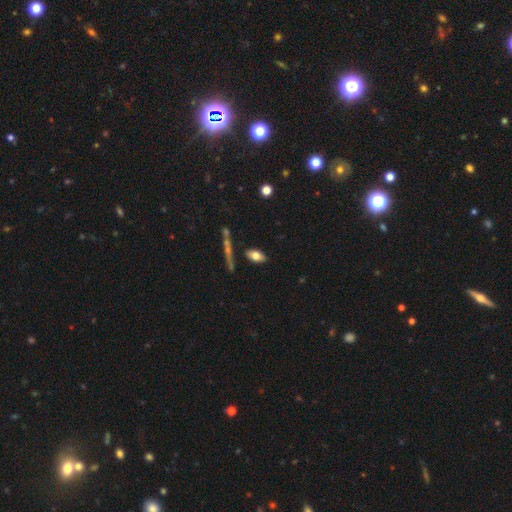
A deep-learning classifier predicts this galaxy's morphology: Smooth or featured? Predicted: smooth (p=0.75). How rounded? Predicted: in between (p=0.89). Merging? Predicted: none (p=0.77).